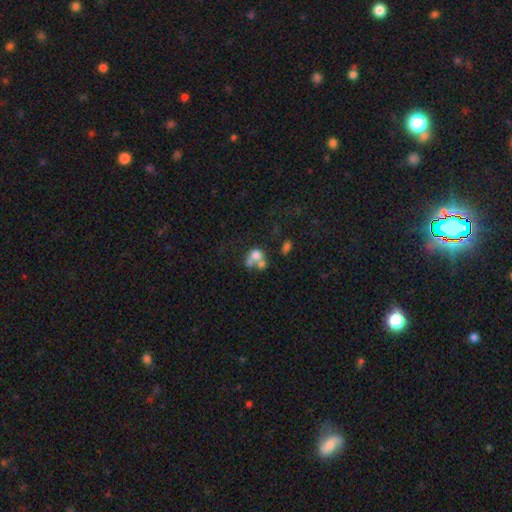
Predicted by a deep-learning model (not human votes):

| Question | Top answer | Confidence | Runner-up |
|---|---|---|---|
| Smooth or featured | smooth | 63% | featured or disk (25%) |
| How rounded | round | 59% | in between (40%) |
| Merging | merger | 59% | none (23%) |